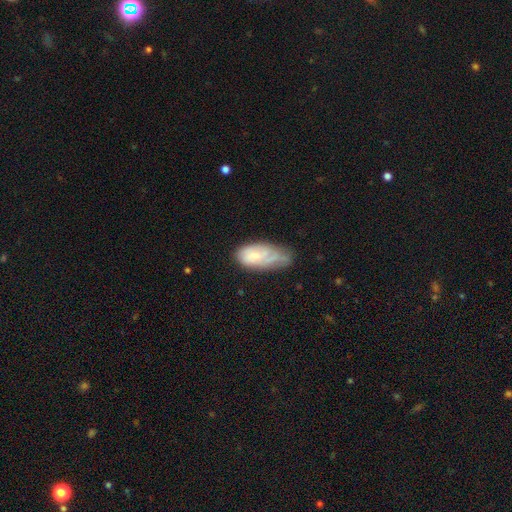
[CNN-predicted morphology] Smooth or featured? Predicted: smooth (p=0.57). How rounded? Predicted: in between (p=0.90). Merging? Predicted: minor disturbance (p=0.42).